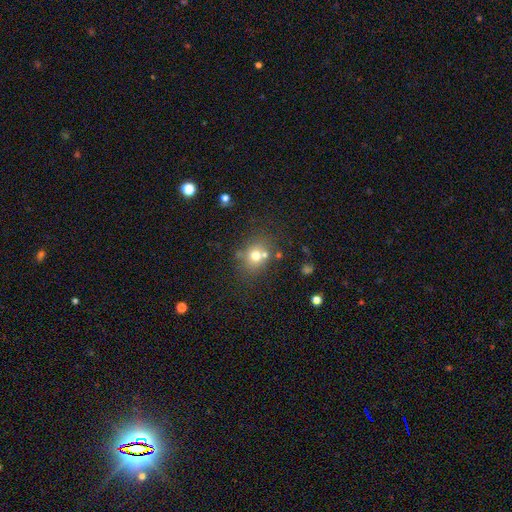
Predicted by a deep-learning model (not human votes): Smooth or featured: smooth — 69% (star or artifact — 16%)
How rounded: round — 70% (in between — 29%)
Merging: none — 64% (merger — 18%)